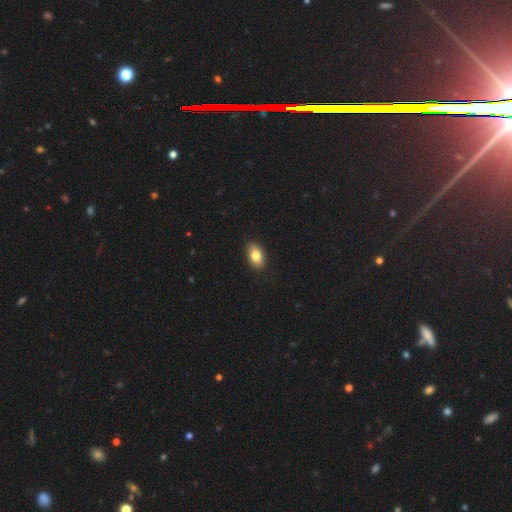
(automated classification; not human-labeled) Q: Smooth or featured?
A: smooth (82%); runner-up: featured or disk (10%)
Q: How rounded?
A: in between (87%); runner-up: round (12%)
Q: Merging?
A: none (88%); runner-up: minor disturbance (9%)